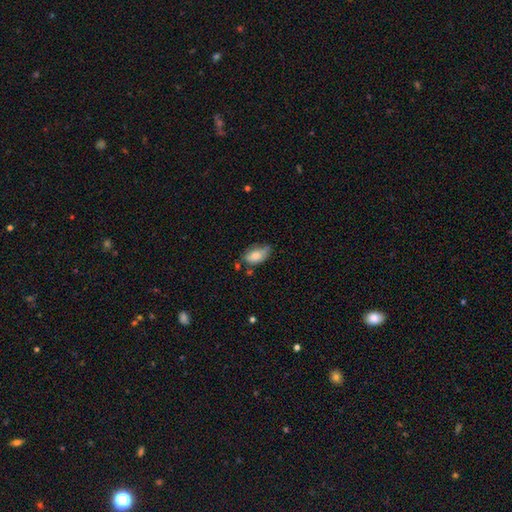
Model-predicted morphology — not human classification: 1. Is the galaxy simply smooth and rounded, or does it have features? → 78% smooth, 15% featured or disk, 7% star or artifact.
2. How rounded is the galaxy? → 92% in between, 5% round, 3% cigar-shaped.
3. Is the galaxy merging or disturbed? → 46% none, 37% minor disturbance, 10% major disturbance, 7% merger.